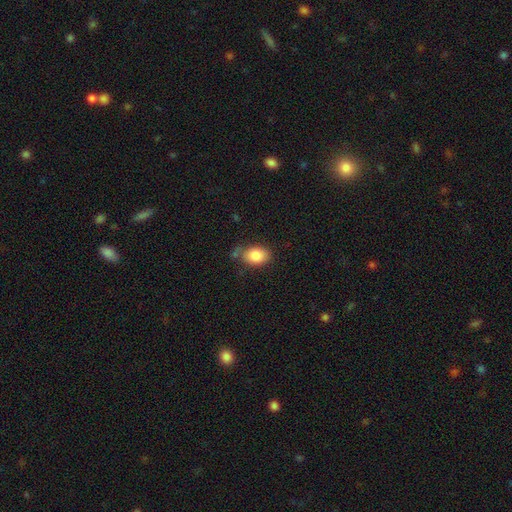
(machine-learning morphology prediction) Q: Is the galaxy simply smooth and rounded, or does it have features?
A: smooth — 85%.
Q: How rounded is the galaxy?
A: in between — 81%.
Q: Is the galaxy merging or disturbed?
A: none — 67%.